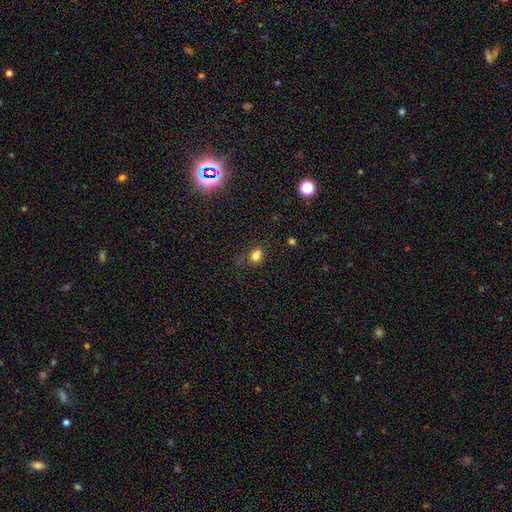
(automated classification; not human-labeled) A smooth galaxy with no disk features (78%) that is round (55%). Merging: none (68%).